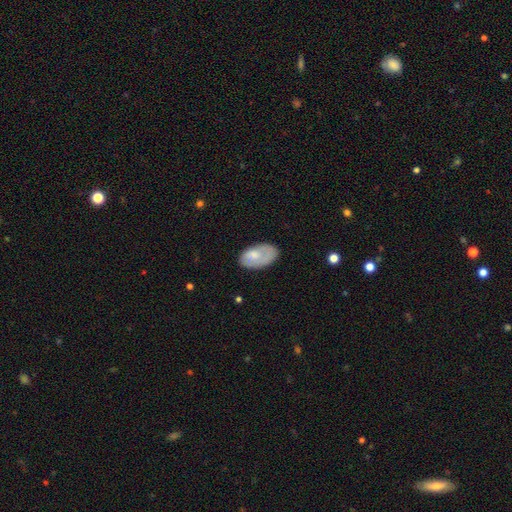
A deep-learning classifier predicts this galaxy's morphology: Smooth or featured? Predicted: smooth (p=0.68). How rounded? Predicted: in between (p=0.94). Merging? Predicted: none (p=0.58).